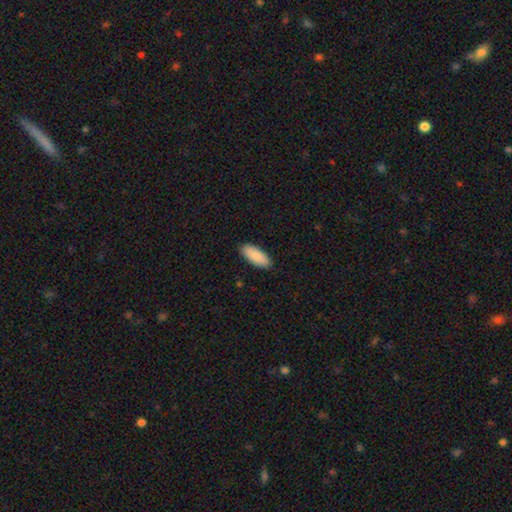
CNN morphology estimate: Smooth or featured: smooth — 89% (featured or disk — 6%)
How rounded: in between — 85% (cigar-shaped — 14%)
Merging: none — 89% (minor disturbance — 8%)